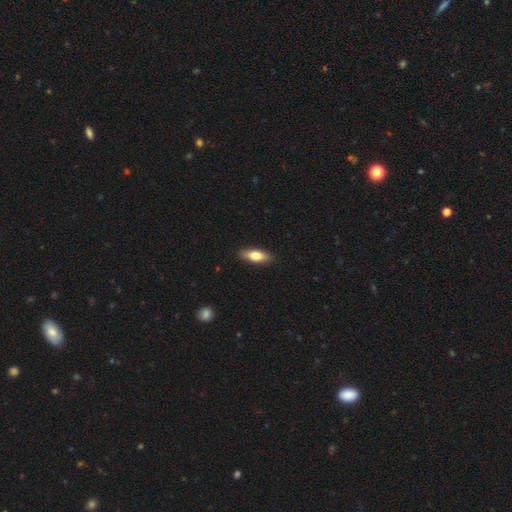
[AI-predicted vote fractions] This appears to be a smooth galaxy with no disk features (71%) that is in between round and cigar-shaped (68%). Merging: none (89%).